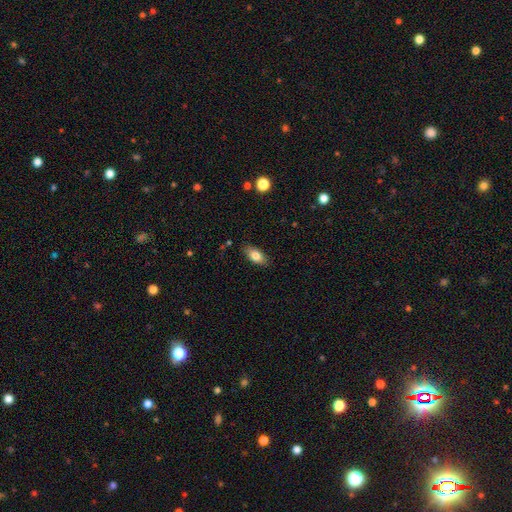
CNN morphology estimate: A smooth galaxy with no disk features (79%) that is in between round and cigar-shaped (87%).

Vote fractions:
- Smooth or featured? smooth: 79% / featured or disk: 14% / star or artifact: 8%
- How rounded? in between: 87% / cigar-shaped: 8% / round: 5%
- Merging? none: 85% / minor disturbance: 11% / major disturbance: 2% / merger: 1%